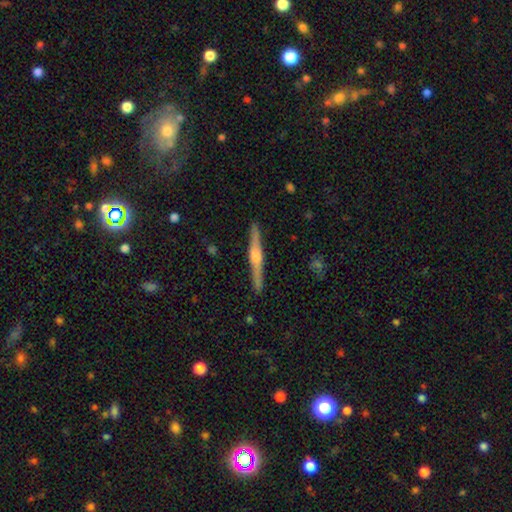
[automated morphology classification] A featured or disk galaxy (77%) viewed edge-on (98%) with a rounded central bulge (77%).

Vote fractions:
- Smooth or featured? featured or disk: 77% / smooth: 17% / star or artifact: 6%
- Edge-on disk? yes: 98% / no: 2%
- Edge-on bulge? rounded: 77% / boxy: 15% / none: 7%
- Merging? none: 91% / minor disturbance: 6% / major disturbance: 1% / merger: 1%